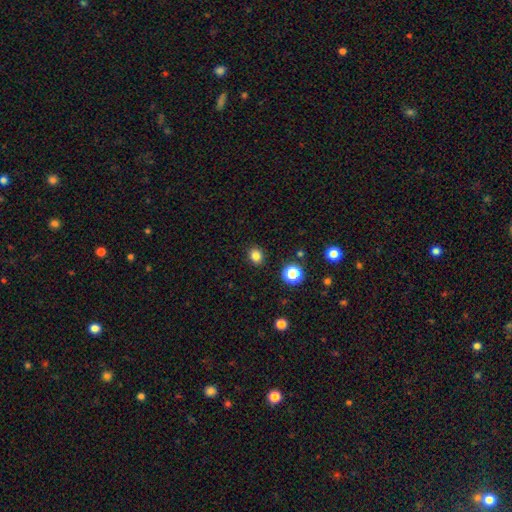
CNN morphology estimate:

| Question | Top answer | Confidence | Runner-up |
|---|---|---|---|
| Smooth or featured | smooth | 82% | star or artifact (13%) |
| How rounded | round | 63% | in between (36%) |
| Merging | none | 90% | minor disturbance (7%) |